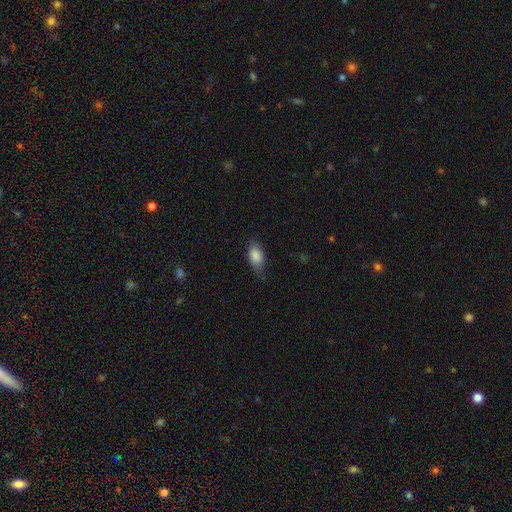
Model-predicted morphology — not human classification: smooth 86%, featured or disk 7%, star or artifact 7%. Down the decision tree: how rounded — in between (89%); merging — none (71%).